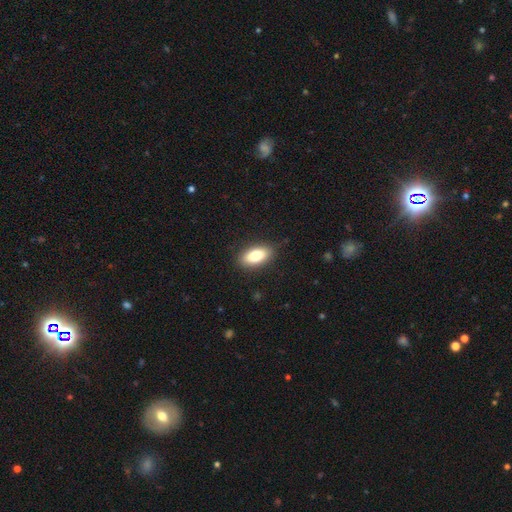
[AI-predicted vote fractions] The model was most divided on "smooth or featured": smooth: 80%, featured or disk: 13%, star or artifact: 7%. More confident: how rounded — in between (89%); merging — none (86%).